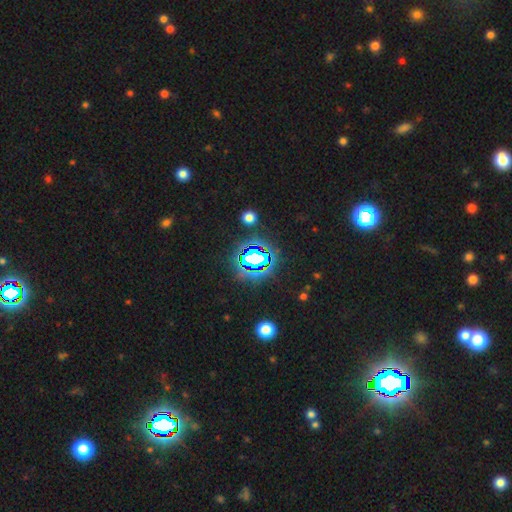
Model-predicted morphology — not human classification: Overall: star or artifact (72%).